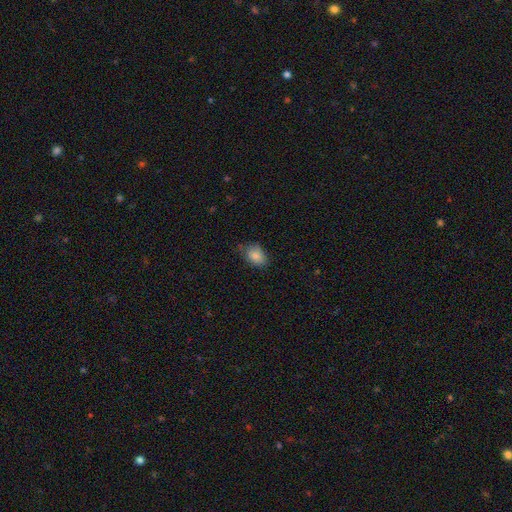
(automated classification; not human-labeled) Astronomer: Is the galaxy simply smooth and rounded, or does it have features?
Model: smooth — 84%.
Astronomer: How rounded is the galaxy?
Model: in between — 83%.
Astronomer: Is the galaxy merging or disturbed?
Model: none — 67%.